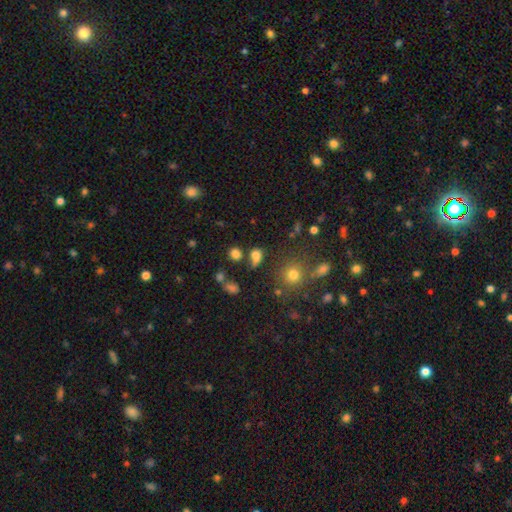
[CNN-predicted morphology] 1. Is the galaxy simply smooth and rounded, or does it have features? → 74% smooth, 17% star or artifact, 9% featured or disk.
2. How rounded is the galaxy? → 52% round, 45% in between, 3% cigar-shaped.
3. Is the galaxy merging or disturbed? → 52% none, 20% merger, 17% minor disturbance, 11% major disturbance.